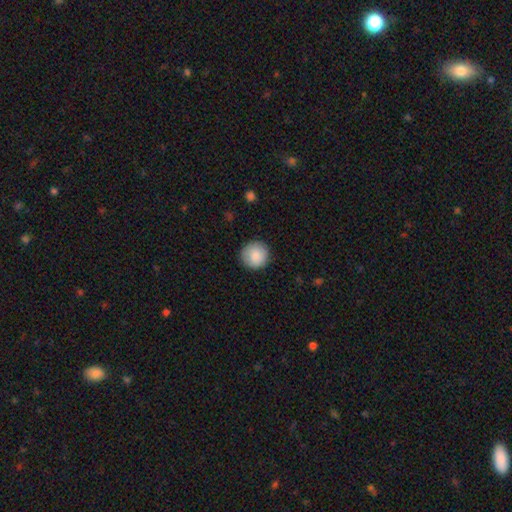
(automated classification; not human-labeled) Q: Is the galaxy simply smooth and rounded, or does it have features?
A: smooth — 86%.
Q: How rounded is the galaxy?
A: round — 94%.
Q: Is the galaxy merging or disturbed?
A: none — 89%.